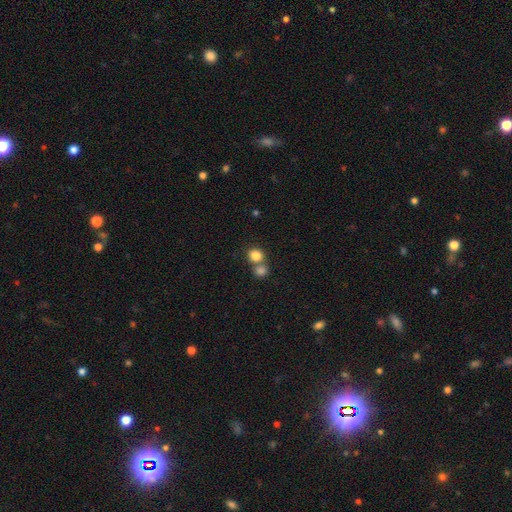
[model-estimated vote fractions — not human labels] Smooth or featured? smooth (83%)
How rounded? round (79%)
Merging? none (49%)